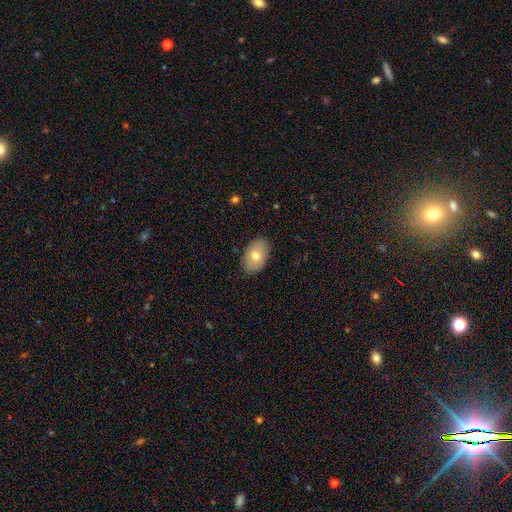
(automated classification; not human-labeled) Smooth or featured?
  - smooth: 72% *
  - featured or disk: 21%
  - star or artifact: 7%
How rounded?
  - in between: 90% *
  - round: 9%
  - cigar-shaped: 1%
Merging?
  - none: 87% *
  - minor disturbance: 10%
  - major disturbance: 2%
  - merger: 1%